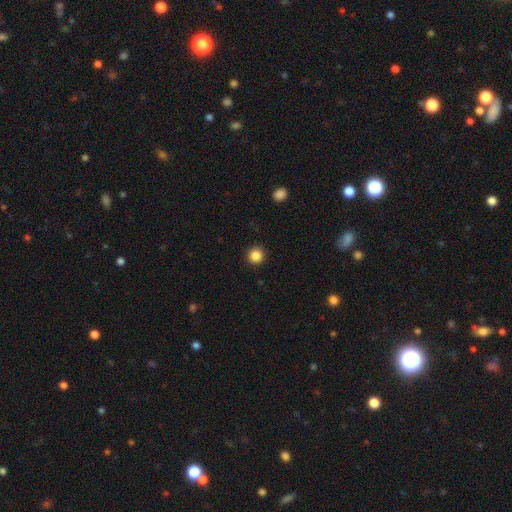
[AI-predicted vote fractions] Morphology: type=smooth (86%); roundness=round (93%); merging=none (92%).